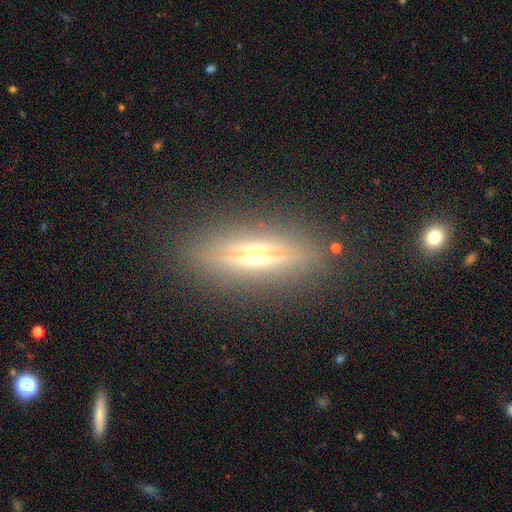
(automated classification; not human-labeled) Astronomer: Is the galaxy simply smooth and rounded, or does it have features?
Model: featured or disk — 72%.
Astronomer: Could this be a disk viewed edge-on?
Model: yes — 92%.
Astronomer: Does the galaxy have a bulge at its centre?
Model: rounded — 92%.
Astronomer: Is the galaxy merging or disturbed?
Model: none — 86%.